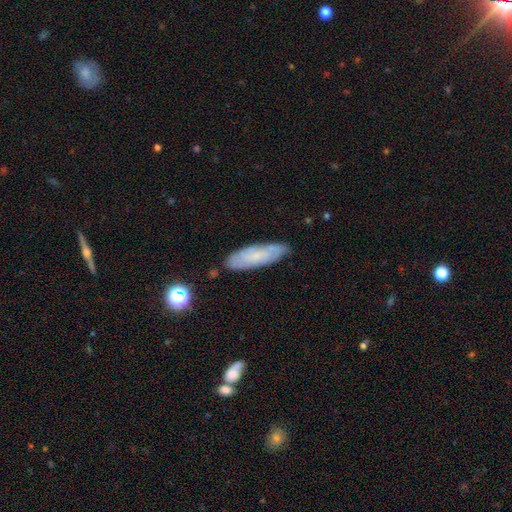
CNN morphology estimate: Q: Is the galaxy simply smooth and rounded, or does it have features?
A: smooth — 55%.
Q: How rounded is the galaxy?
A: cigar-shaped — 54%.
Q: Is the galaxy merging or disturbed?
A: none — 82%.